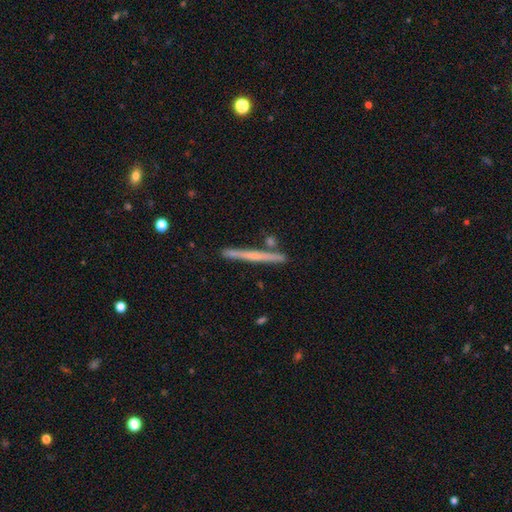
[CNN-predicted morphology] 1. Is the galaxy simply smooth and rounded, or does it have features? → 55% featured or disk, 39% smooth, 6% star or artifact.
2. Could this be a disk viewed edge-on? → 97% yes, 3% no.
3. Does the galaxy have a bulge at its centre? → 67% none, 27% rounded, 7% boxy.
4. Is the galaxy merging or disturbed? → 85% none, 9% minor disturbance, 4% merger, 2% major disturbance.